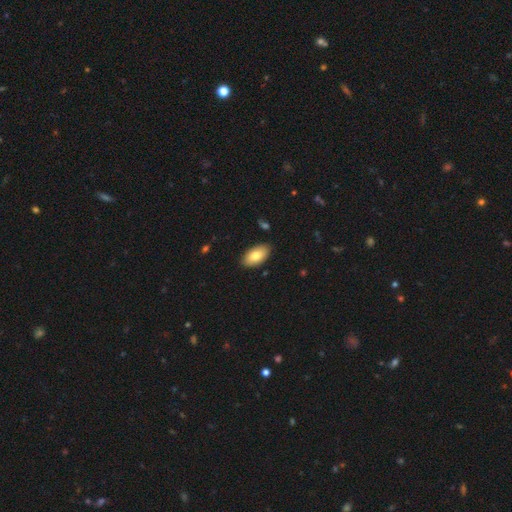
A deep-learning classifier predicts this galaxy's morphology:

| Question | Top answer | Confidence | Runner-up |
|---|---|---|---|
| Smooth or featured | smooth | 80% | featured or disk (14%) |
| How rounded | in between | 95% | round (3%) |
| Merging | none | 87% | minor disturbance (10%) |